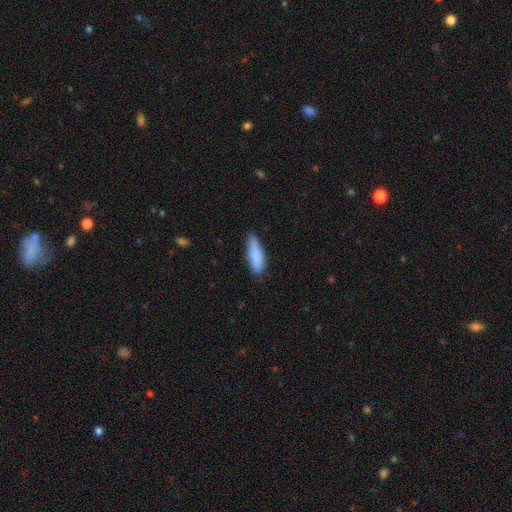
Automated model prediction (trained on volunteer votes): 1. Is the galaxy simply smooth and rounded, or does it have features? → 87% smooth, 7% featured or disk, 6% star or artifact.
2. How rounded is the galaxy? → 51% in between, 48% cigar-shaped, 2% round.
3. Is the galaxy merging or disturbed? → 75% none, 21% minor disturbance, 3% major disturbance, 1% merger.